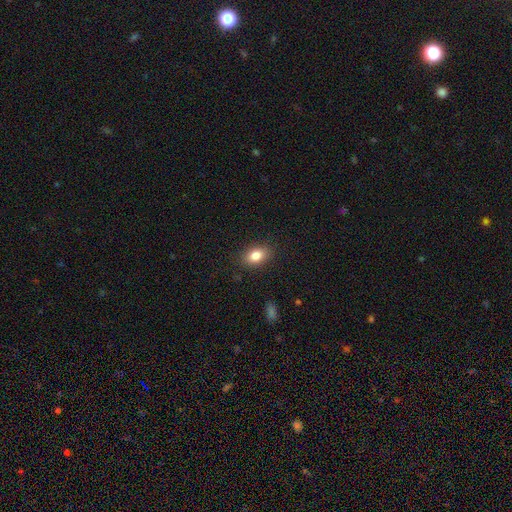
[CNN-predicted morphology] Smooth or featured? smooth (83%)
How rounded? in between (82%)
Merging? none (87%)